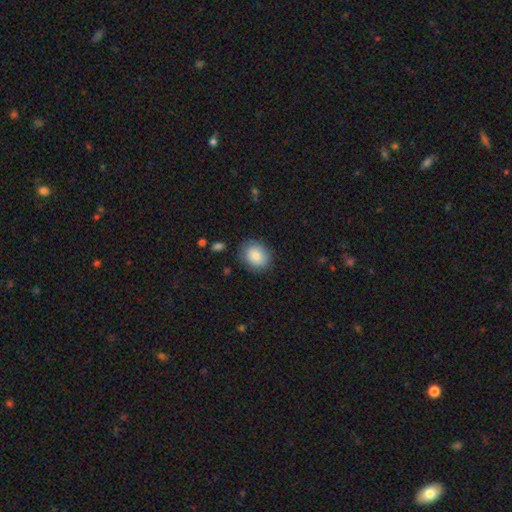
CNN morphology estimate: smooth-or-featured: smooth: 88% | star or artifact: 7% | featured or disk: 5%
  how-rounded: round: 51% | in between: 48% | cigar-shaped: 1%
  merging: none: 82% | minor disturbance: 13% | major disturbance: 4% | merger: 1%